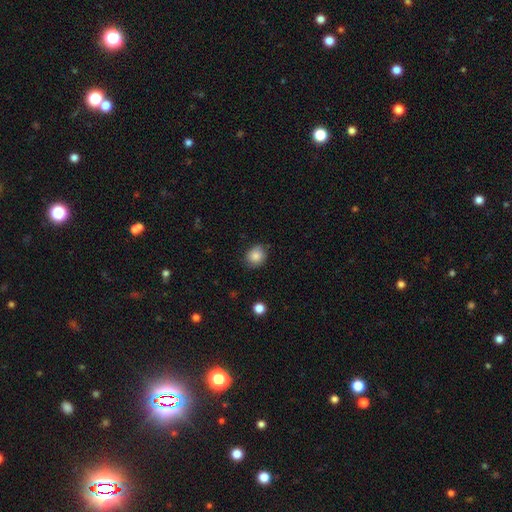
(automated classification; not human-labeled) Smooth or featured: smooth — 84% (star or artifact — 9%)
How rounded: round — 72% (in between — 27%)
Merging: none — 75% (minor disturbance — 20%)